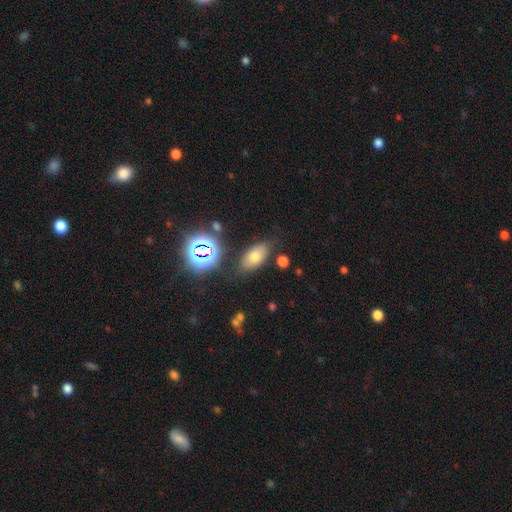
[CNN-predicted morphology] Q: Smooth or featured?
A: smooth (53%); runner-up: star or artifact (30%)
Q: How rounded?
A: in between (84%); runner-up: round (11%)
Q: Merging?
A: none (79%); runner-up: minor disturbance (12%)